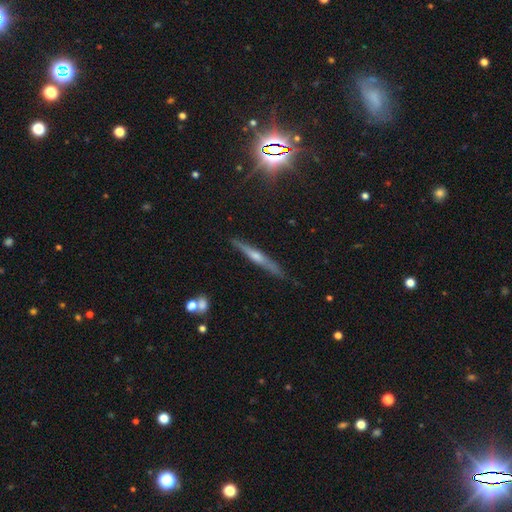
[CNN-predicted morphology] This appears to be a featured or disk galaxy (64%) viewed edge-on (96%) with a rounded central bulge (71%). Merging: none (85%).